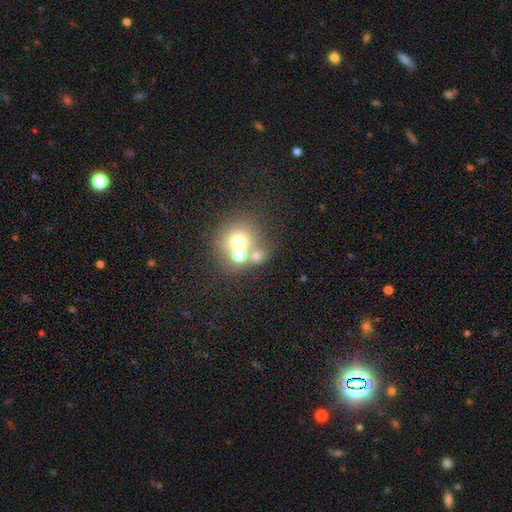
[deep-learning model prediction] smooth_or_featured: smooth (p=0.62) [alt: featured or disk p=0.19]
how_rounded: round (p=0.83) [alt: in between p=0.16]
merging: none (p=0.46) [alt: merger p=0.42]